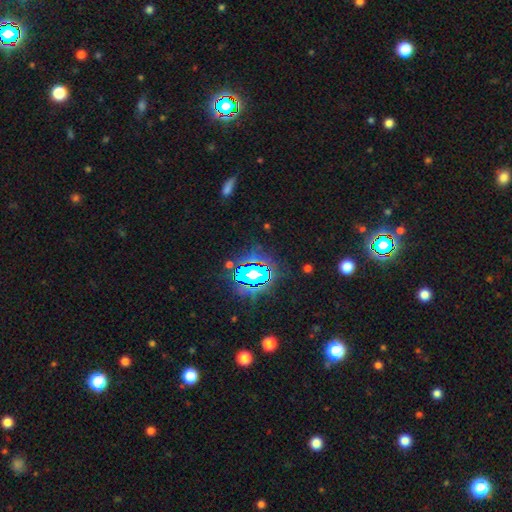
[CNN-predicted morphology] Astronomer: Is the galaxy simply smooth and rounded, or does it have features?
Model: star or artifact — 80%.